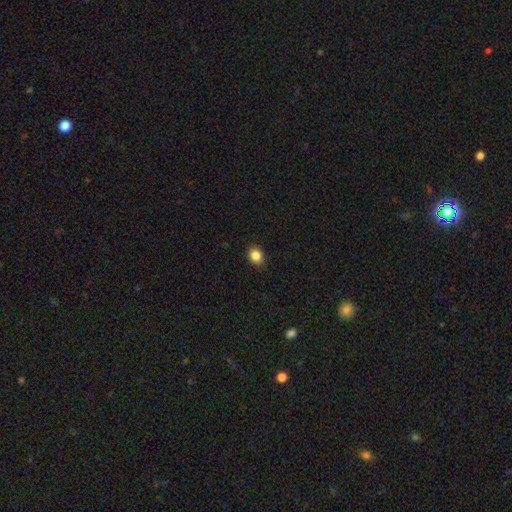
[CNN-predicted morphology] Smooth or featured?
  - smooth: 85% *
  - star or artifact: 10%
  - featured or disk: 4%
How rounded?
  - round: 58% *
  - in between: 41%
  - cigar-shaped: 1%
Merging?
  - none: 89% *
  - minor disturbance: 9%
  - major disturbance: 2%
  - merger: 1%